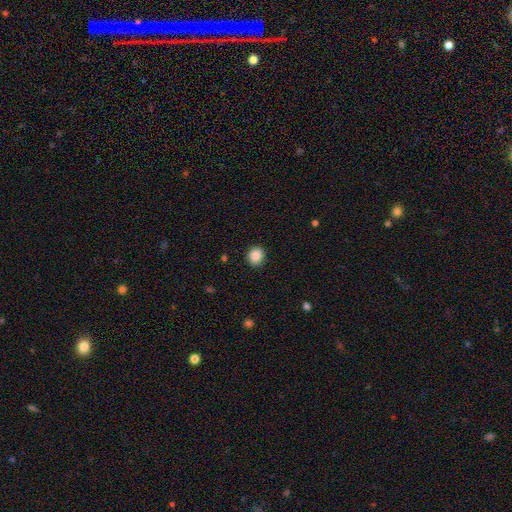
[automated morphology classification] Smooth or featured? smooth (88%)
How rounded? round (76%)
Merging? none (89%)